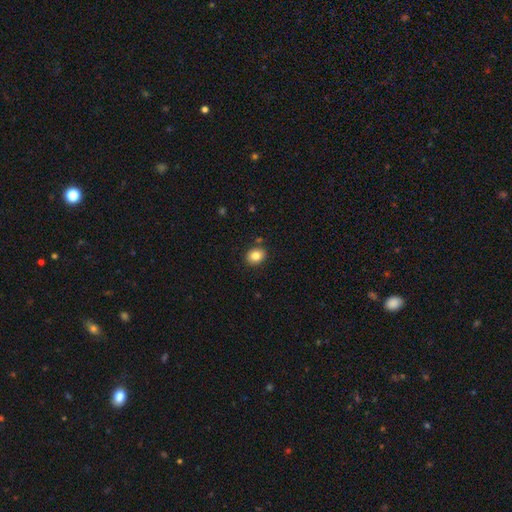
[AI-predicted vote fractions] Morphology: type=smooth (84%); roundness=round (52%); merging=none (86%).